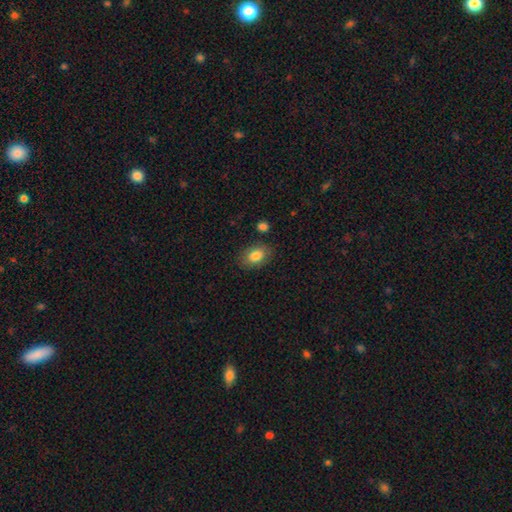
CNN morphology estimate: smooth 84%, featured or disk 9%, star or artifact 8%. Down the decision tree: how rounded — in between (85%); merging — none (80%).